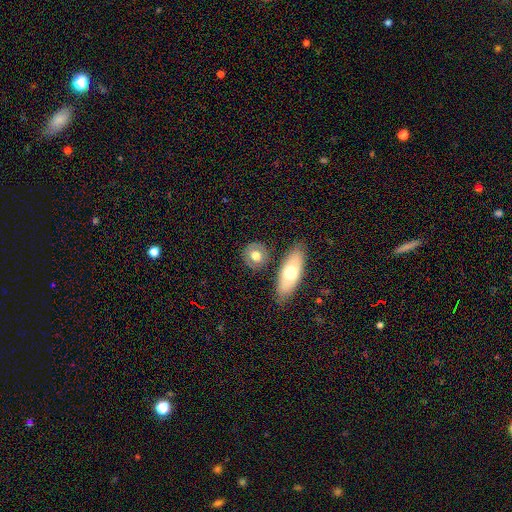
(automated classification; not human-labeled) Smooth or featured? Predicted: smooth (p=0.63). How rounded? Predicted: round (p=0.63). Merging? Predicted: none (p=0.77).